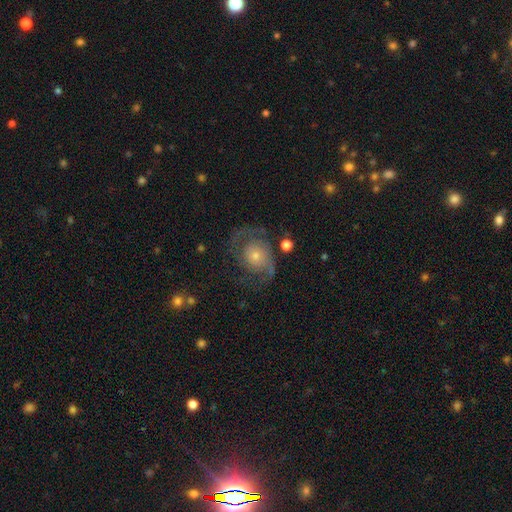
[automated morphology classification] featured or disk 77%, smooth 14%, star or artifact 9%. Down the decision tree: edge-on disk — no (97%); bar — no (78%); spiral arms — yes (91%); spiral arm count — 2 (80%); spiral winding — medium (48%); bulge size — small (62%); merging — none (67%).